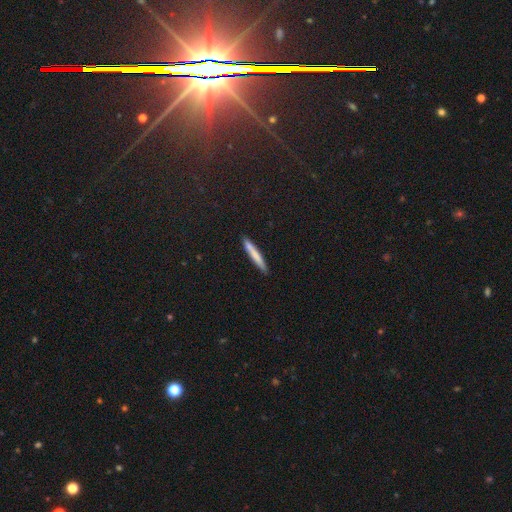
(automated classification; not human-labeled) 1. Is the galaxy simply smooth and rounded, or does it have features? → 73% smooth, 20% featured or disk, 7% star or artifact.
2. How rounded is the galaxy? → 95% cigar-shaped, 3% in between, 1% round.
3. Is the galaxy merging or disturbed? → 85% none, 10% minor disturbance, 3% merger, 2% major disturbance.